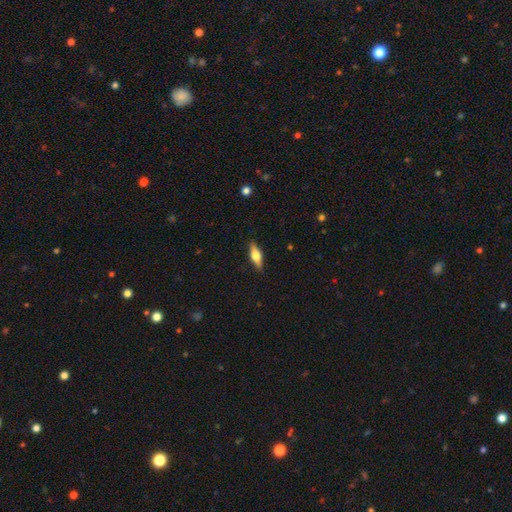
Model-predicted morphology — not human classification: The model was most divided on "smooth or featured": featured or disk: 54%, smooth: 40%, star or artifact: 6%. More confident: edge-on disk — yes (94%); edge-on bulge — rounded (93%); merging — none (88%).